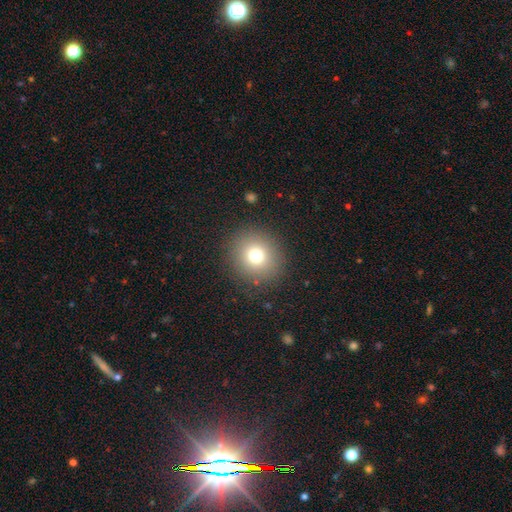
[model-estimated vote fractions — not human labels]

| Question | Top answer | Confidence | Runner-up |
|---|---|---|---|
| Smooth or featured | smooth | 75% | star or artifact (14%) |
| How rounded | round | 91% | in between (8%) |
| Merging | none | 90% | minor disturbance (6%) |